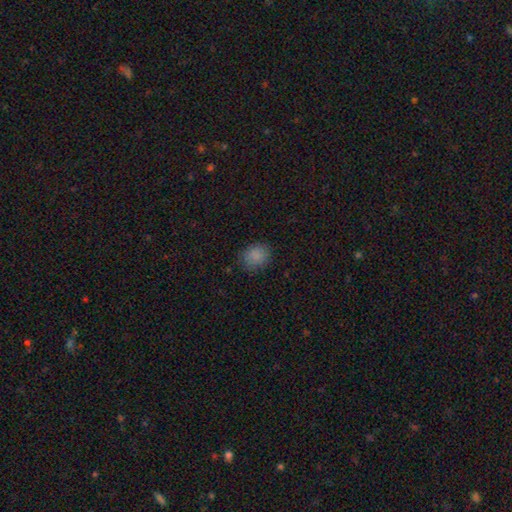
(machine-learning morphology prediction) A smooth galaxy with no disk features (84%) that is round (63%). Merging: none (82%).